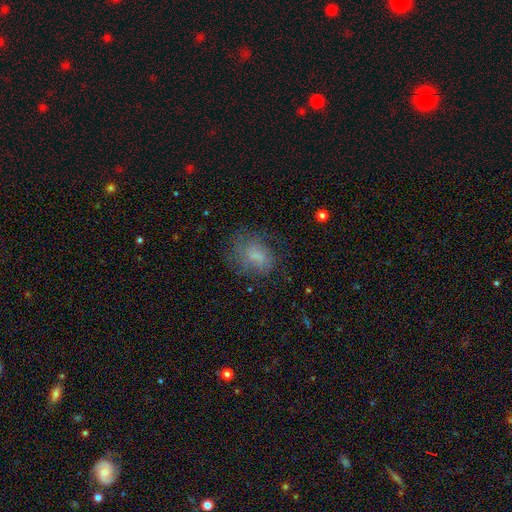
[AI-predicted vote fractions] Q: Smooth or featured?
A: smooth (60%); runner-up: featured or disk (28%)
Q: How rounded?
A: in between (61%); runner-up: round (38%)
Q: Merging?
A: none (58%); runner-up: minor disturbance (23%)